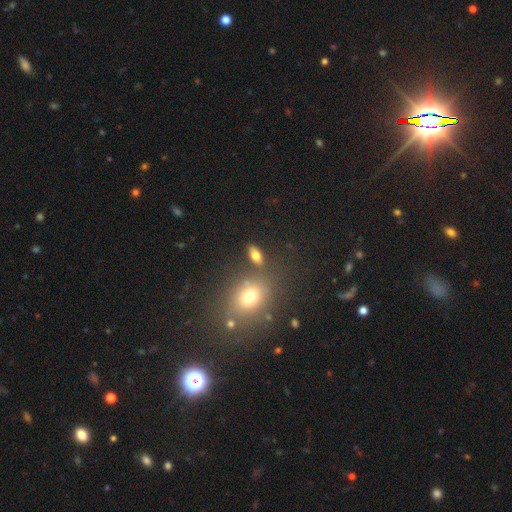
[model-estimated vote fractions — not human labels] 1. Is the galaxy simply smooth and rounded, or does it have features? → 73% smooth, 16% featured or disk, 11% star or artifact.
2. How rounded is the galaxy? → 80% in between, 11% cigar-shaped, 9% round.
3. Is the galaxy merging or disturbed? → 77% none, 11% minor disturbance, 8% merger, 4% major disturbance.